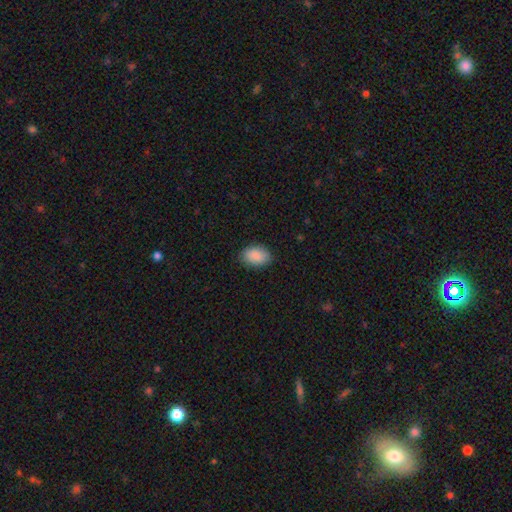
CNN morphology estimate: Smooth or featured? smooth (90%)
How rounded? in between (87%)
Merging? none (85%)